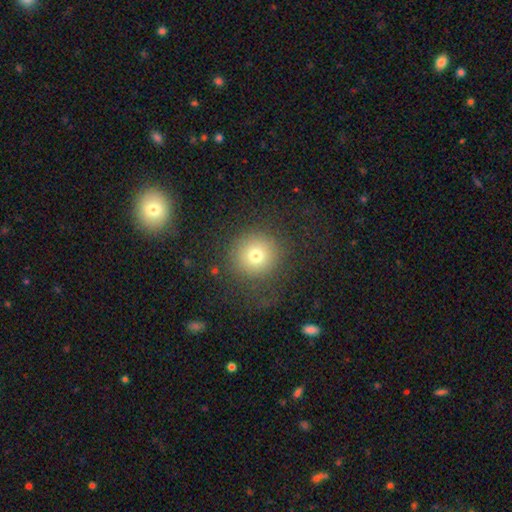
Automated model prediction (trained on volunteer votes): This appears to be a smooth galaxy with no disk features (73%) that is round (92%). Merging: none (79%).